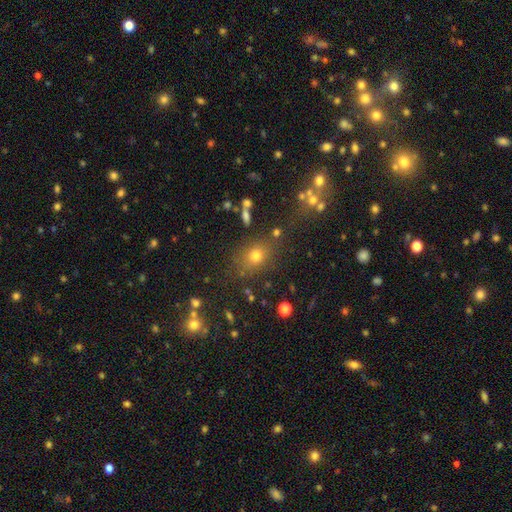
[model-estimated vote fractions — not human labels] Q: Smooth or featured?
A: smooth (69%); runner-up: star or artifact (22%)
Q: How rounded?
A: round (50%); runner-up: in between (48%)
Q: Merging?
A: none (76%); runner-up: minor disturbance (12%)